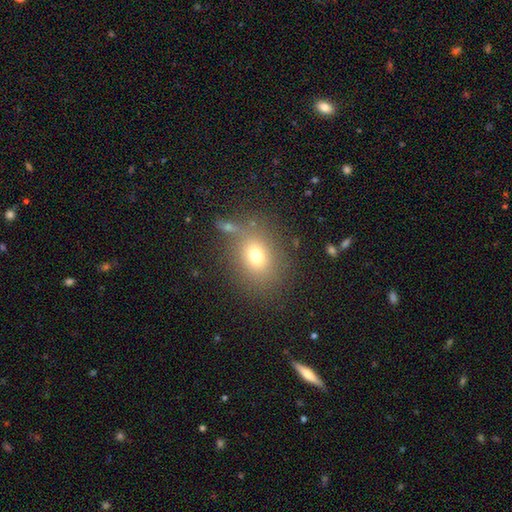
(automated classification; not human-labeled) Smooth or featured?
  - smooth: 71% *
  - star or artifact: 15%
  - featured or disk: 14%
How rounded?
  - in between: 51% *
  - round: 48%
  - cigar-shaped: 1%
Merging?
  - none: 73% *
  - minor disturbance: 12%
  - merger: 9%
  - major disturbance: 6%